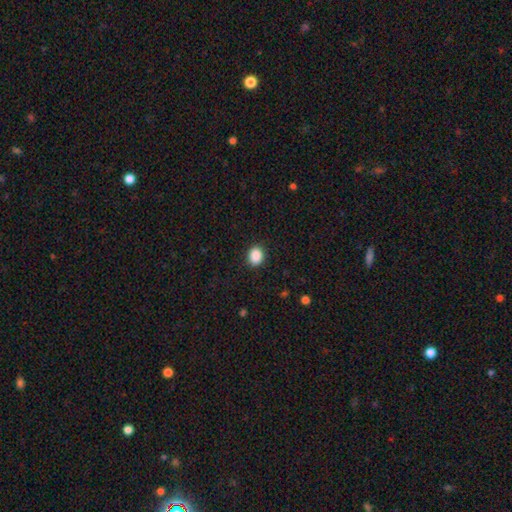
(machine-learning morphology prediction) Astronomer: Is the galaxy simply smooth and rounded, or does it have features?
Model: smooth — 89%.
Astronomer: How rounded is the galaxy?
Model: round — 51% (runner-up: in between, 48%).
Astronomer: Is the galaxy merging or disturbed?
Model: none — 89%.